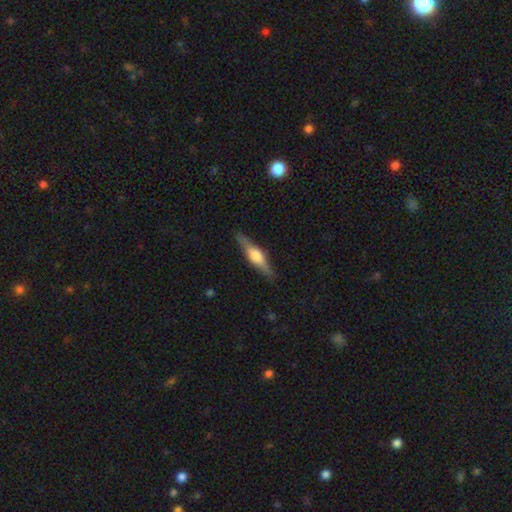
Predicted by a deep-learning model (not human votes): A featured or disk galaxy (60%) viewed edge-on (95%) with a rounded central bulge (85%).

Vote fractions:
- Smooth or featured? featured or disk: 60% / smooth: 35% / star or artifact: 6%
- Edge-on disk? yes: 95% / no: 5%
- Edge-on bulge? rounded: 85% / boxy: 12% / none: 3%
- Merging? none: 87% / minor disturbance: 10% / major disturbance: 2% / merger: 1%